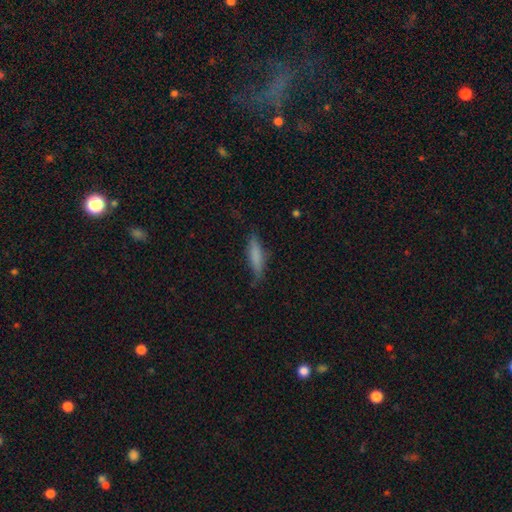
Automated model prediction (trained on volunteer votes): Overall: smooth (73%). How rounded: cigar-shaped (74%). Merging: none (69%).